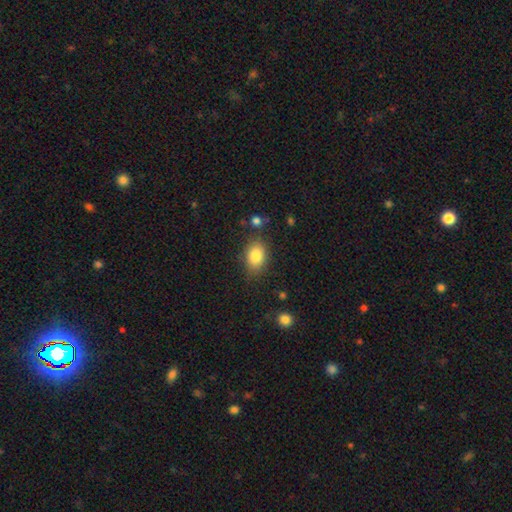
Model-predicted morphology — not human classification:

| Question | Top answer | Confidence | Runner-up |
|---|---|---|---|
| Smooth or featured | smooth | 84% | star or artifact (9%) |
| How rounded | in between | 79% | round (19%) |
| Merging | none | 77% | minor disturbance (16%) |